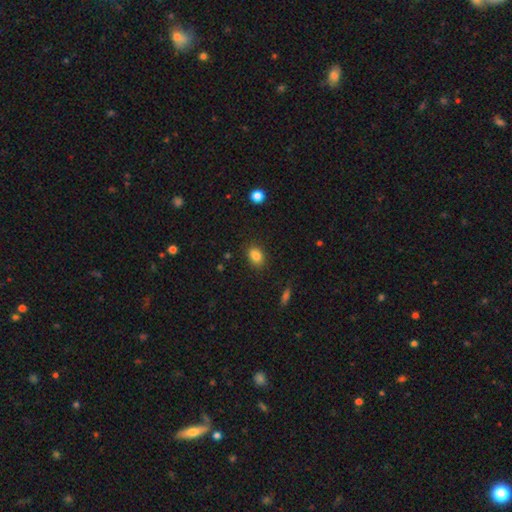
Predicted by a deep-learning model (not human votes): smooth_or_featured: smooth (p=0.84) [alt: star or artifact p=0.10]
how_rounded: in between (p=0.73) [alt: round p=0.25]
merging: none (p=0.85) [alt: minor disturbance p=0.10]